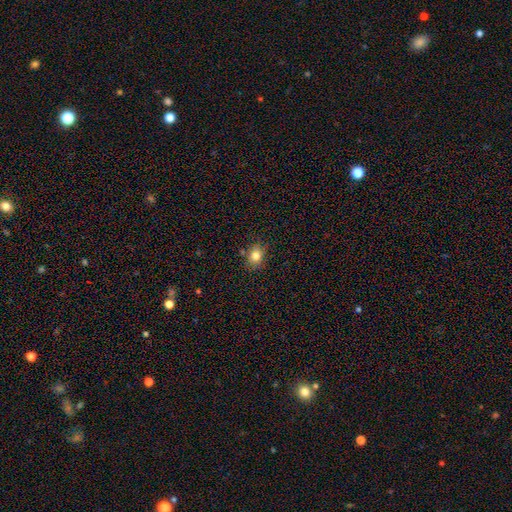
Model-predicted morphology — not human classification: Smooth or featured? Predicted: smooth (p=0.81). How rounded? Predicted: round (p=0.52). Merging? Predicted: none (p=0.77).